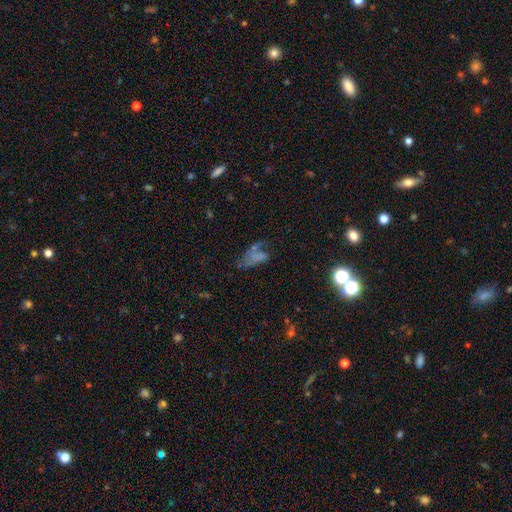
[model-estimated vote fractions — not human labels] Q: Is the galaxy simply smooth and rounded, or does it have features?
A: smooth — 48%.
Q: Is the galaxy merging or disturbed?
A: major disturbance — 40%.